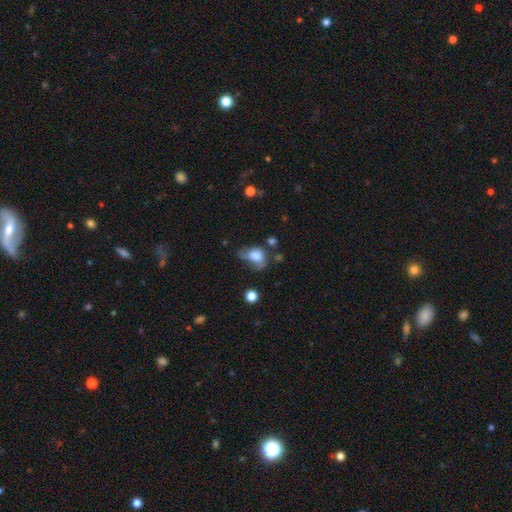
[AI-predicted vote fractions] Overall: smooth (68%). How rounded: in between (67%; round 31%). Merging: major disturbance (37%; minor disturbance 28%).